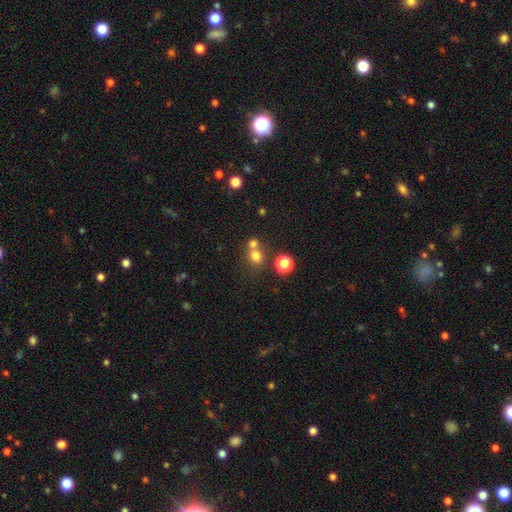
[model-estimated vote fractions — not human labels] This is likely a smooth galaxy (73%). How rounded: clearly round (85%). Merging: possibly none (52%).